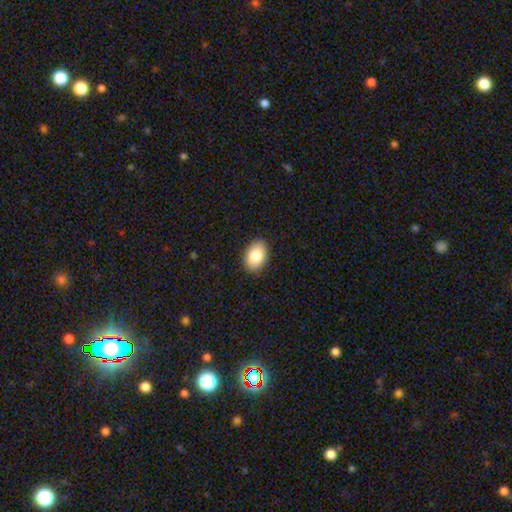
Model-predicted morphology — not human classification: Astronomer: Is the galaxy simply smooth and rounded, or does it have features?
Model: smooth — 84%.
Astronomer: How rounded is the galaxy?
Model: in between — 87%.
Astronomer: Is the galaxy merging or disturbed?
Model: none — 90%.